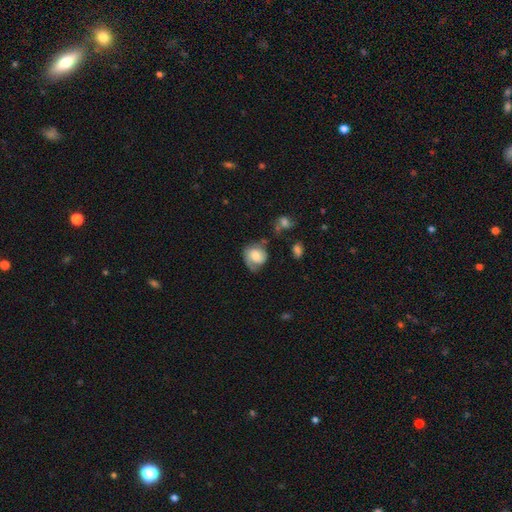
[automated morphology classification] Overall: featured or disk (50%; smooth 43%). Merging: none (46%; minor disturbance 28%).